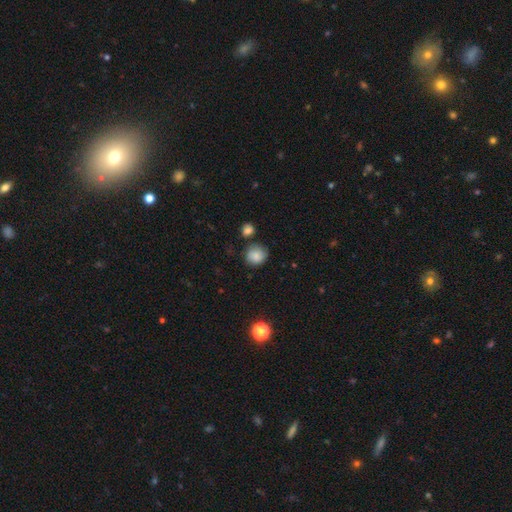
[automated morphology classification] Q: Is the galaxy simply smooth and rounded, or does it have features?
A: smooth — 82%.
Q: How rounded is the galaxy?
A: round — 86%.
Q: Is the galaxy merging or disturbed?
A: none — 75%.